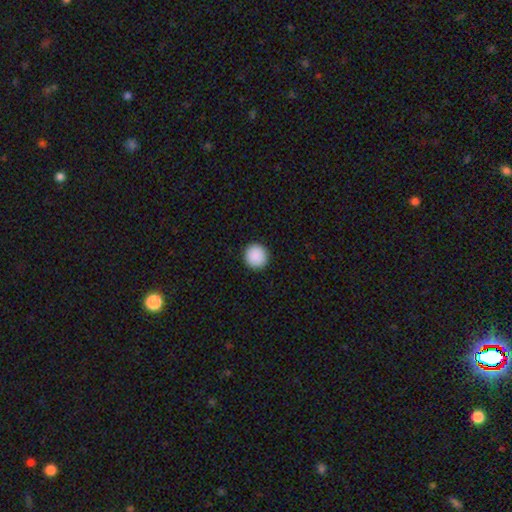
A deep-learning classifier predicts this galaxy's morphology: Smooth or featured?
  - smooth: 90% *
  - star or artifact: 7%
  - featured or disk: 2%
How rounded?
  - round: 95% *
  - in between: 4%
  - cigar-shaped: 1%
Merging?
  - none: 93% *
  - minor disturbance: 4%
  - major disturbance: 1%
  - merger: 1%